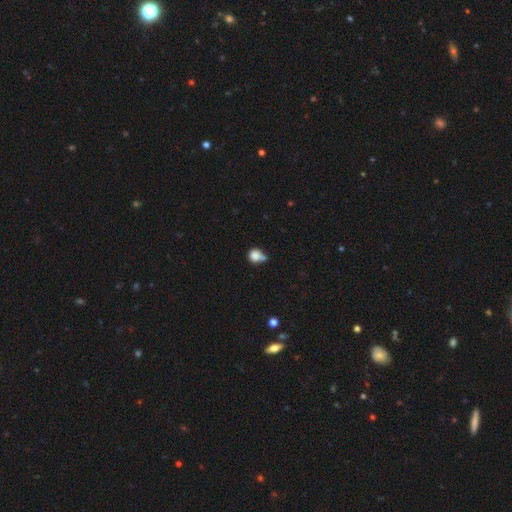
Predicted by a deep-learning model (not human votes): Overall: smooth (80%). How rounded: round (71%). Merging: none (37%; merger 26%).